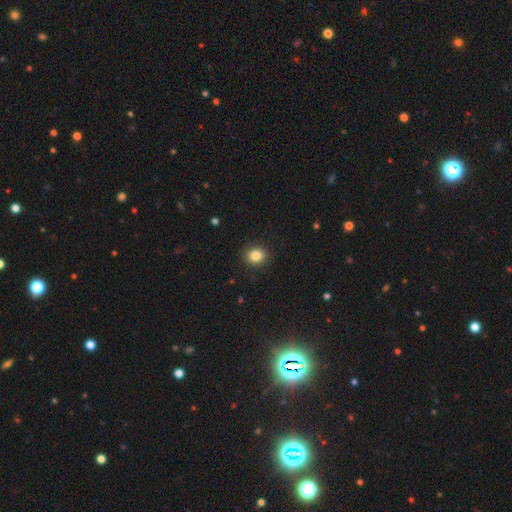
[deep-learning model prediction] Overall: smooth (84%). How rounded: round (75%). Merging: none (90%).